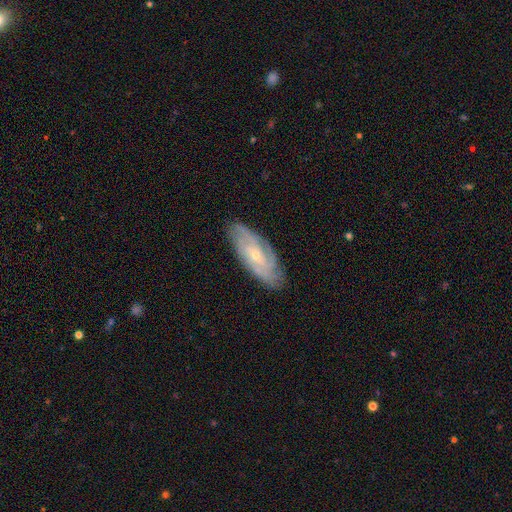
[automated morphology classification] The model was most divided on "spiral arm count": can't tell: 38%, 2: 20%, 3: 18%, 4: 14%, more than 4: 5%, 1: 5%. More confident: spiral arms — yes (92%); edge-on disk — no (88%); merging — none (81%); smooth or featured — featured or disk (77%); bulge size — small (73%); bar — no (69%); spiral winding — tight (61%).